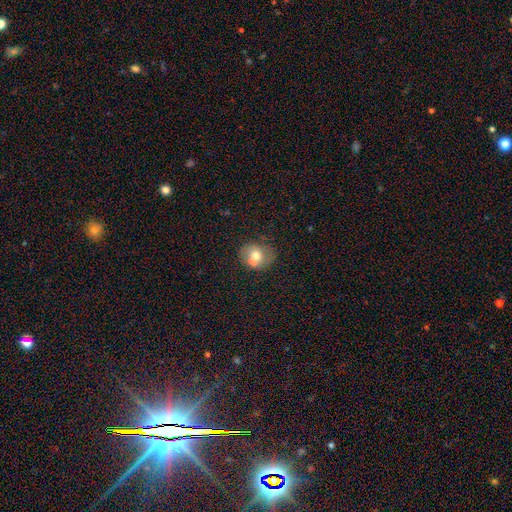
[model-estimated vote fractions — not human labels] smooth 63%, featured or disk 27%, star or artifact 10%. Down the decision tree: how rounded — round (66%); merging — none (49%).